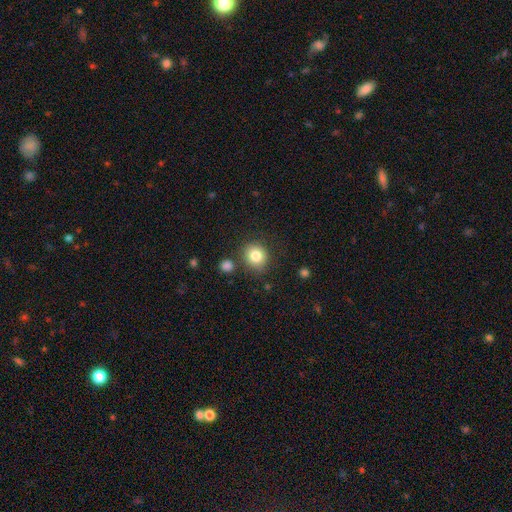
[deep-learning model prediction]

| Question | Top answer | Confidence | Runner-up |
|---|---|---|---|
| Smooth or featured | smooth | 82% | star or artifact (10%) |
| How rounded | round | 85% | in between (14%) |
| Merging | none | 81% | minor disturbance (10%) |